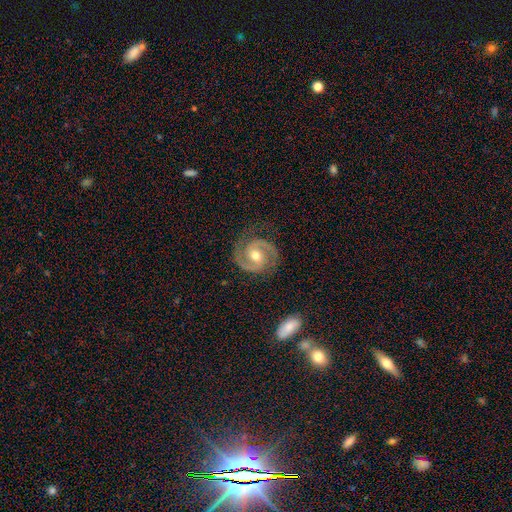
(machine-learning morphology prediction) This is clearly a featured or disk galaxy (92%). It is clearly not viewed edge-on (98%). Bar: marginally weak (43%). Spiral arm pattern: clearly yes (98%). Spiral arm count: clearly 2 (94%). Spiral winding: possibly medium (51%). Central bulge: likely moderate (76%). Merging: clearly none (83%).